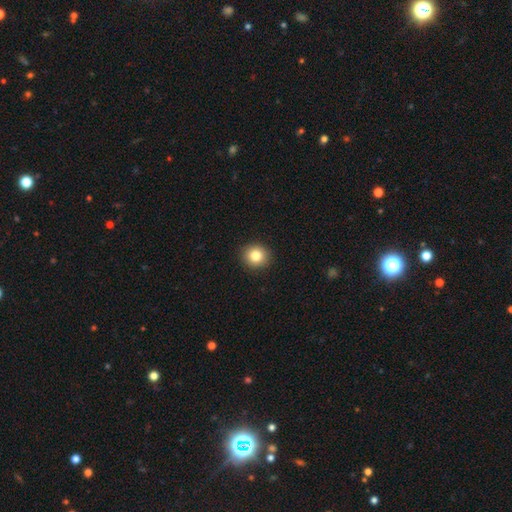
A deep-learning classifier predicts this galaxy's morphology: smooth_or_featured: smooth (p=0.83) [alt: star or artifact p=0.10]
how_rounded: round (p=0.88) [alt: in between p=0.11]
merging: none (p=0.92) [alt: minor disturbance p=0.05]